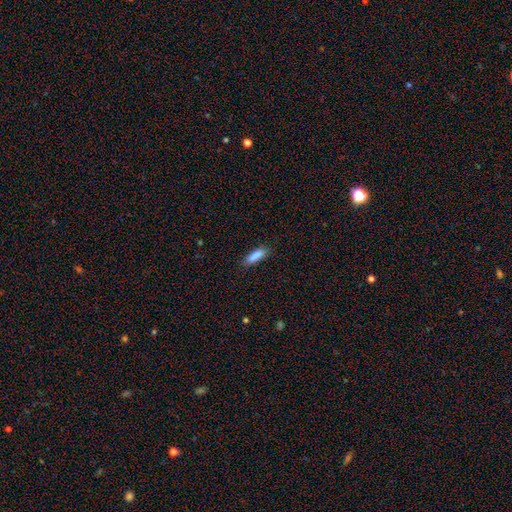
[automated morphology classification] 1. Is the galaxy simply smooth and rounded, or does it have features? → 87% smooth, 7% star or artifact, 6% featured or disk.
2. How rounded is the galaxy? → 58% cigar-shaped, 40% in between, 2% round.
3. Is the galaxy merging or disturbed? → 81% none, 15% minor disturbance, 3% major disturbance, 2% merger.